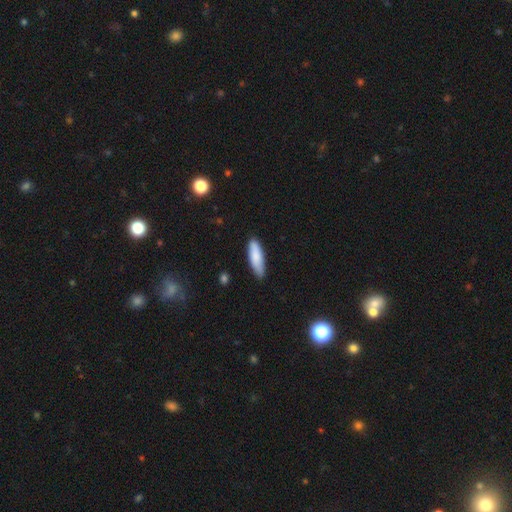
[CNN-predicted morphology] This appears to be a smooth galaxy with no disk features (84%) that is cigar-shaped (52%). Merging: none (84%).